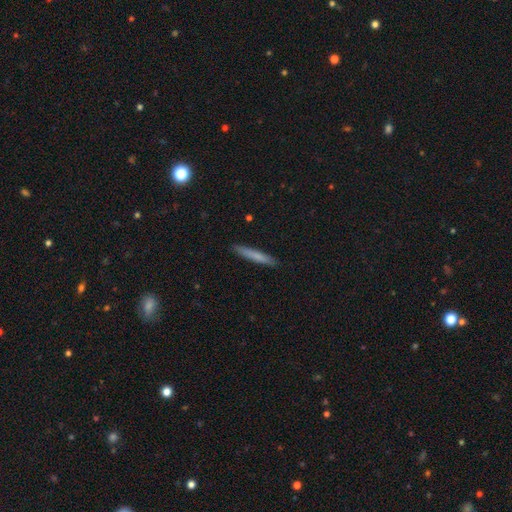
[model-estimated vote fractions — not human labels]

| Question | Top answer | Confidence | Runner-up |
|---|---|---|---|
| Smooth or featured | smooth | 74% | featured or disk (21%) |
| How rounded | cigar-shaped | 95% | in between (3%) |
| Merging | none | 91% | minor disturbance (6%) |